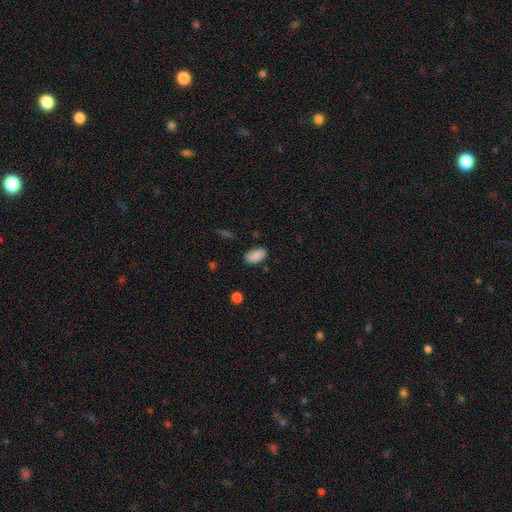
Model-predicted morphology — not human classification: smooth-or-featured: smooth: 88% | star or artifact: 8% | featured or disk: 4%
  how-rounded: in between: 93% | round: 3% | cigar-shaped: 3%
  merging: none: 84% | minor disturbance: 12% | major disturbance: 3% | merger: 2%